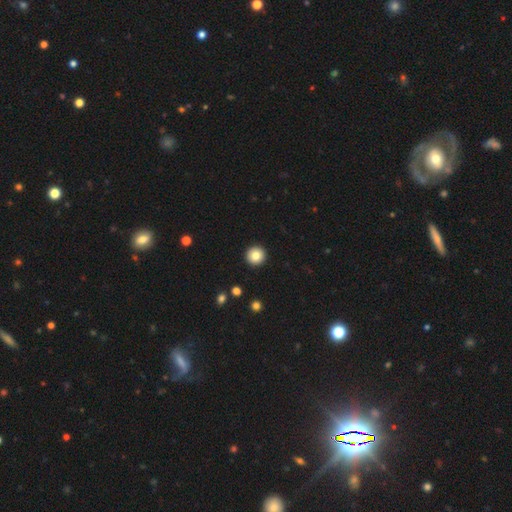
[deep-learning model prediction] Morphology: type=smooth (84%); roundness=round (96%); merging=none (94%).